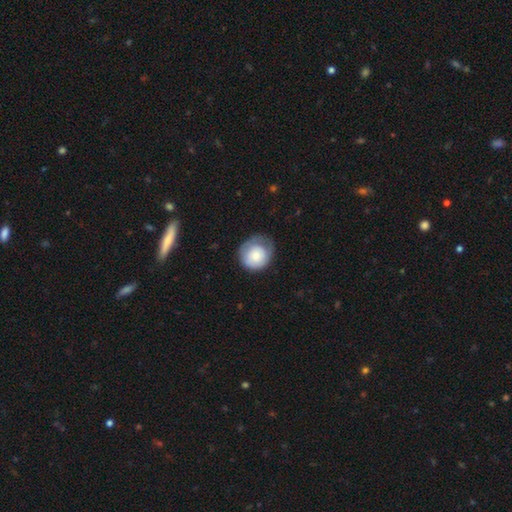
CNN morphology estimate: Smooth or featured? Predicted: smooth (p=0.74). How rounded? Predicted: round (p=0.82). Merging? Predicted: none (p=0.50).